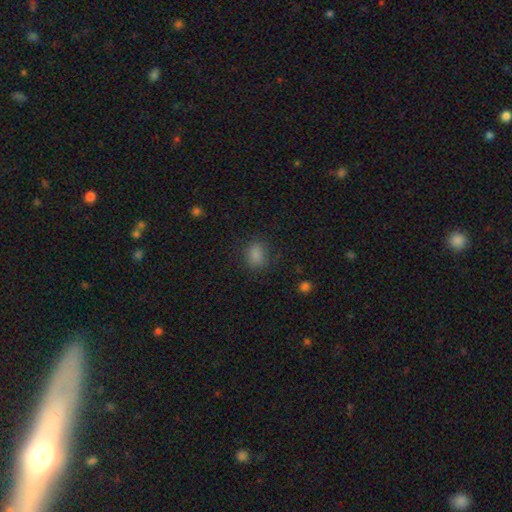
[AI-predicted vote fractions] The model was most divided on "how rounded": round: 50%, in between: 49%, cigar-shaped: 1%. More confident: merging — none (83%); smooth or featured — smooth (82%).